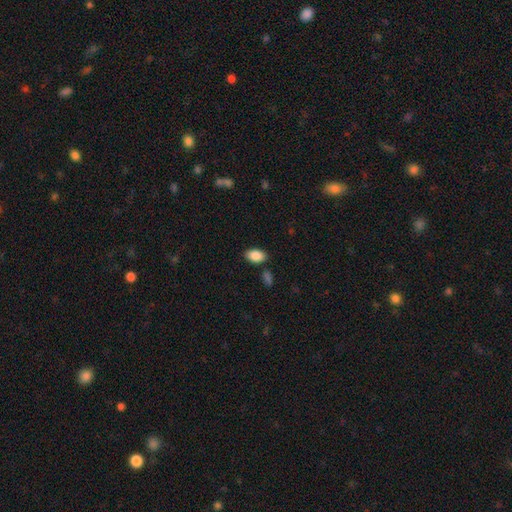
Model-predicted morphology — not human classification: The model was most divided on "merging": none: 82%, minor disturbance: 10%, merger: 5%, major disturbance: 3%. More confident: how rounded — in between (92%); smooth or featured — smooth (88%).